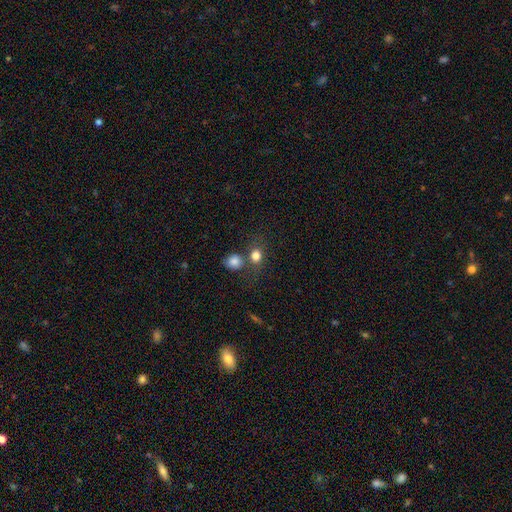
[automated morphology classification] Overall: smooth (79%). How rounded: round (73%). Merging: none (52%; merger 33%).